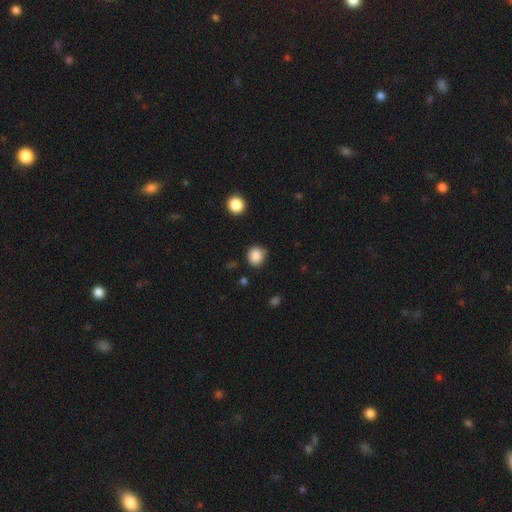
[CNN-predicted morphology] Smooth or featured: smooth — 86% (star or artifact — 10%)
How rounded: round — 81% (in between — 18%)
Merging: none — 77% (minor disturbance — 17%)